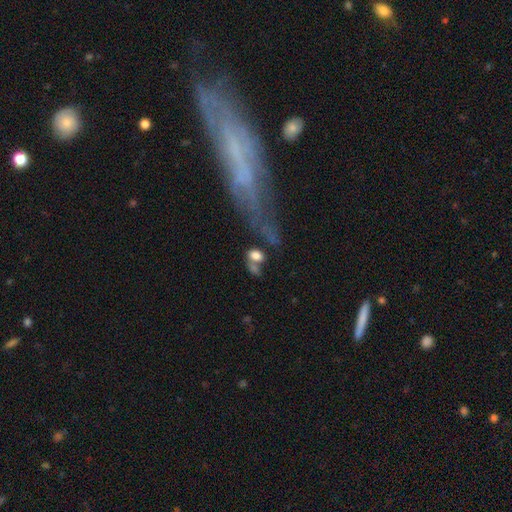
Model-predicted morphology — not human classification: Smooth or featured? smooth (70%)
How rounded? in between (76%)
Merging? merger (37%)